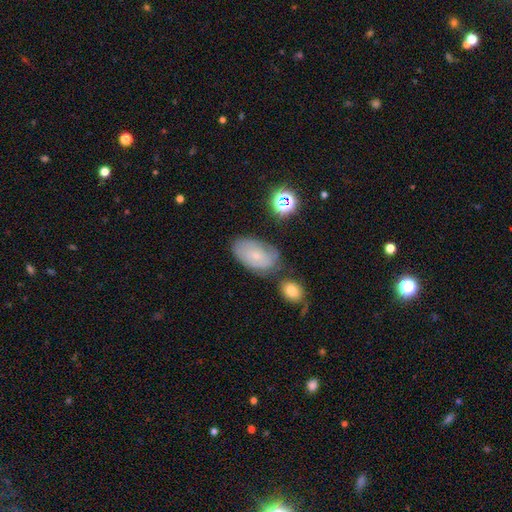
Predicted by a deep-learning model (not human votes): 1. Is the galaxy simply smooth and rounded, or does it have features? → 53% smooth, 36% featured or disk, 11% star or artifact.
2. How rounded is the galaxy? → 91% in between, 7% round, 2% cigar-shaped.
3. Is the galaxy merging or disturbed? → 60% none, 23% minor disturbance, 10% merger, 8% major disturbance.